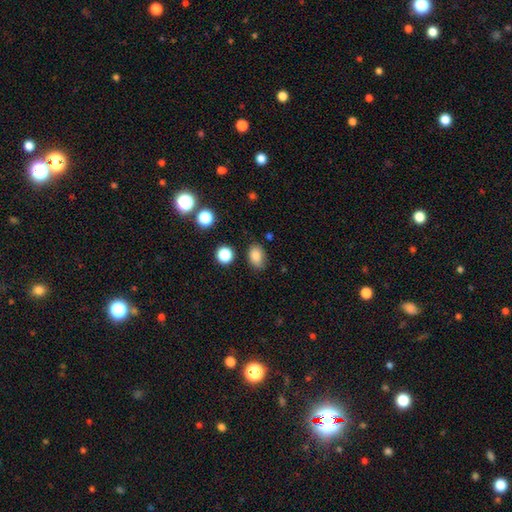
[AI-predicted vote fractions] Smooth or featured?
  - smooth: 83% *
  - star or artifact: 11%
  - featured or disk: 6%
How rounded?
  - in between: 80% *
  - round: 19%
  - cigar-shaped: 1%
Merging?
  - none: 78% *
  - minor disturbance: 15%
  - major disturbance: 3%
  - merger: 3%